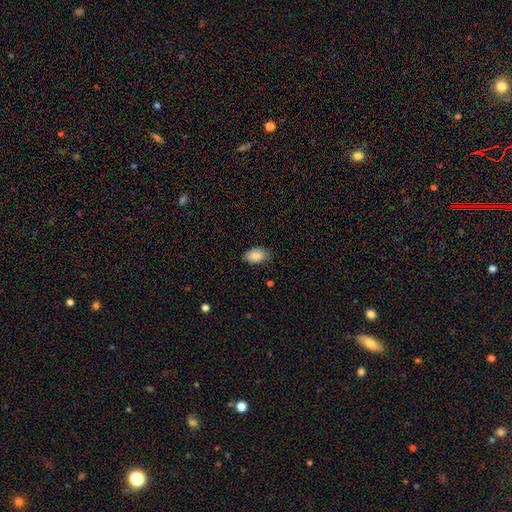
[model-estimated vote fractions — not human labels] A smooth galaxy with no disk features (85%) that is in between round and cigar-shaped (89%).

Vote fractions:
- Smooth or featured? smooth: 85% / featured or disk: 8% / star or artifact: 7%
- How rounded? in between: 89% / round: 9% / cigar-shaped: 1%
- Merging? none: 80% / minor disturbance: 17% / major disturbance: 3% / merger: 1%